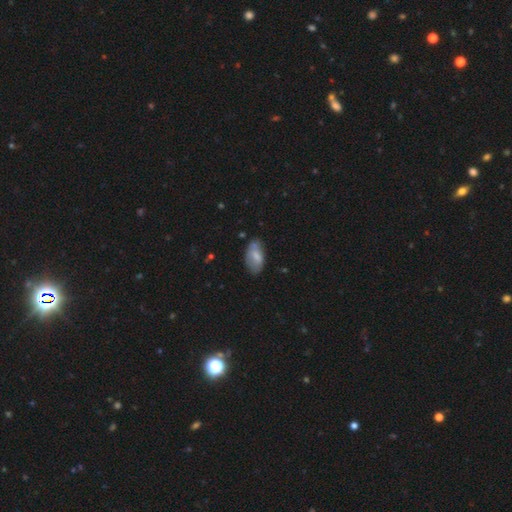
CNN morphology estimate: Q: Smooth or featured?
A: smooth (68%); runner-up: featured or disk (25%)
Q: How rounded?
A: in between (93%); runner-up: cigar-shaped (4%)
Q: Merging?
A: none (58%); runner-up: minor disturbance (29%)